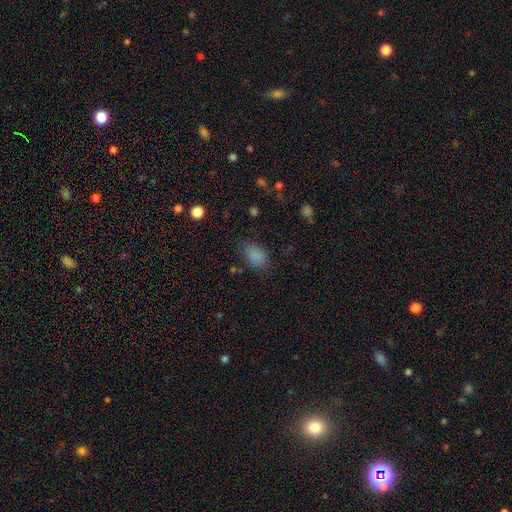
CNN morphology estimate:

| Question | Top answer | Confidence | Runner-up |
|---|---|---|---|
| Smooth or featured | smooth | 84% | star or artifact (11%) |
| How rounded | in between | 84% | round (14%) |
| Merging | none | 71% | minor disturbance (21%) |